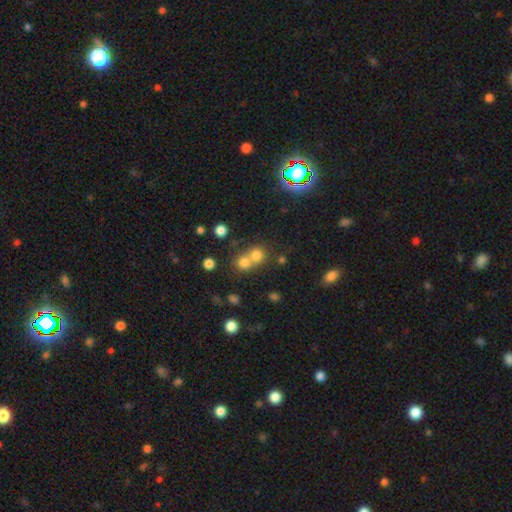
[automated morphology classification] A smooth galaxy with no disk features (73%) that is round (85%).

Vote fractions:
- Smooth or featured? smooth: 73% / star or artifact: 17% / featured or disk: 10%
- How rounded? round: 85% / in between: 14% / cigar-shaped: 1%
- Merging? merger: 54% / none: 39% / minor disturbance: 5% / major disturbance: 3%